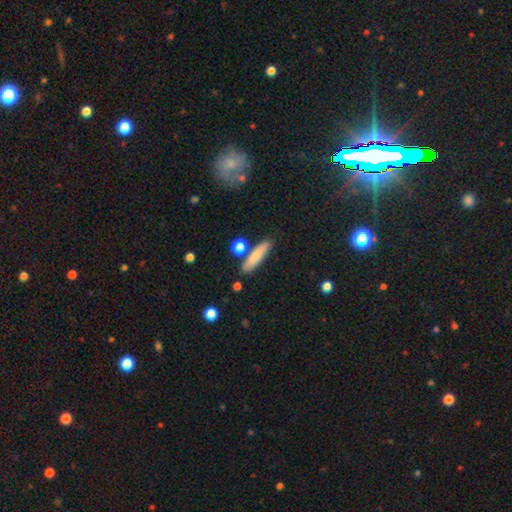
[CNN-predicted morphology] smooth 79%, featured or disk 15%, star or artifact 7%. Down the decision tree: how rounded — cigar-shaped (70%); merging — none (79%).